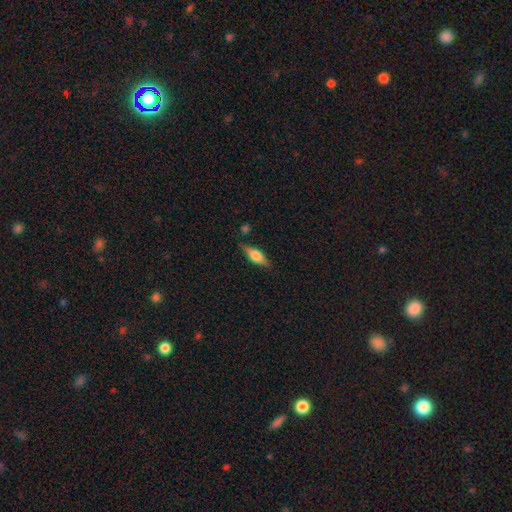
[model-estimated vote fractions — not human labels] smooth-or-featured: featured or disk: 47% | smooth: 46% | star or artifact: 7%
  merging: none: 81% | minor disturbance: 13% | major disturbance: 3% | merger: 3%